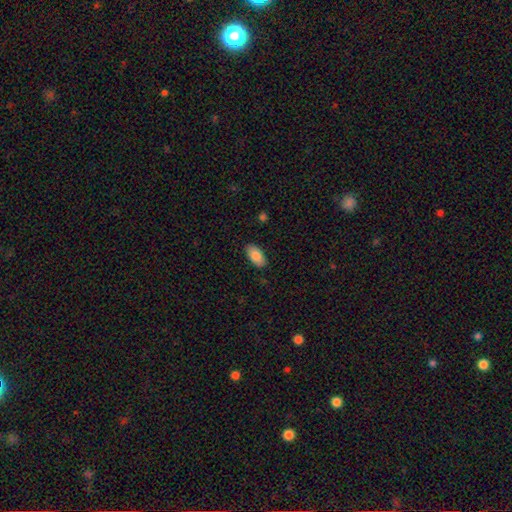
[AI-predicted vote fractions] This appears to be a smooth galaxy with no disk features (87%) that is in between round and cigar-shaped (94%). Merging: none (87%).